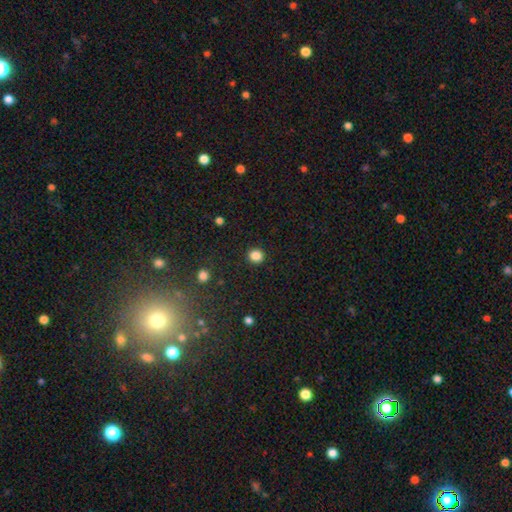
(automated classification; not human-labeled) Smooth or featured?
  - smooth: 86% *
  - star or artifact: 11%
  - featured or disk: 3%
How rounded?
  - round: 90% *
  - in between: 9%
  - cigar-shaped: 1%
Merging?
  - none: 92% *
  - minor disturbance: 5%
  - major disturbance: 2%
  - merger: 1%